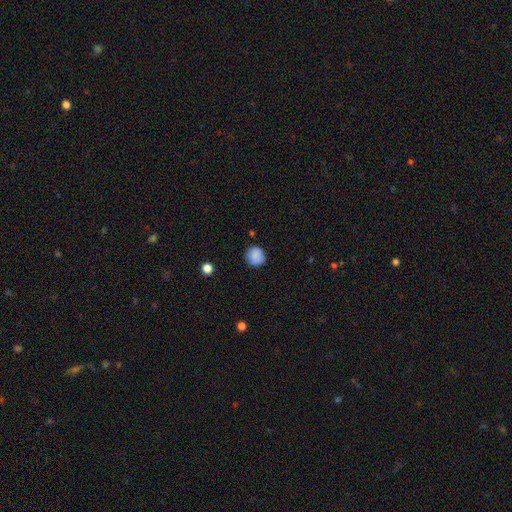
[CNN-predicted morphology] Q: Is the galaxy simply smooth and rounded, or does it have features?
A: smooth — 87%.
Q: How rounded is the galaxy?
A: round — 89%.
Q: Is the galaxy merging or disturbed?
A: none — 82%.